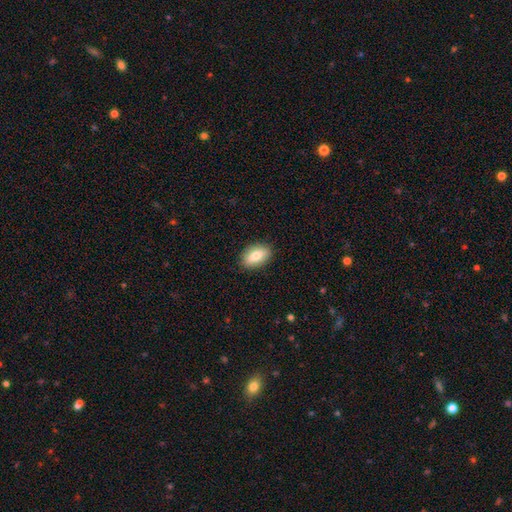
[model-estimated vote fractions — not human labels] smooth_or_featured: smooth (p=0.77) [alt: featured or disk p=0.16]
how_rounded: in between (p=0.90) [alt: round p=0.07]
merging: none (p=0.87) [alt: minor disturbance p=0.10]